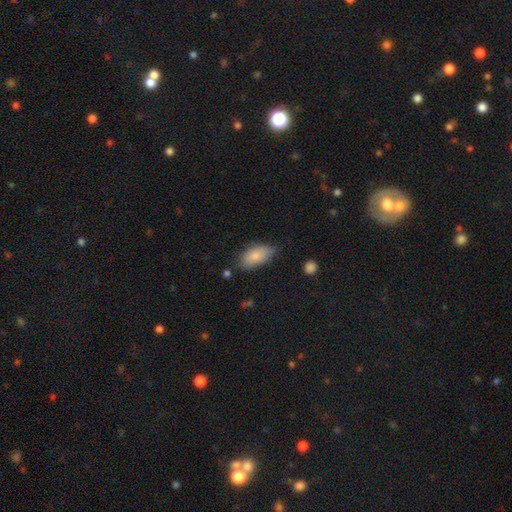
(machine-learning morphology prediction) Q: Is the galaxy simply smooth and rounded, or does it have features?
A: smooth — 83%.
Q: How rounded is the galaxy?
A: in between — 91%.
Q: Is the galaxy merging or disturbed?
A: none — 63%.